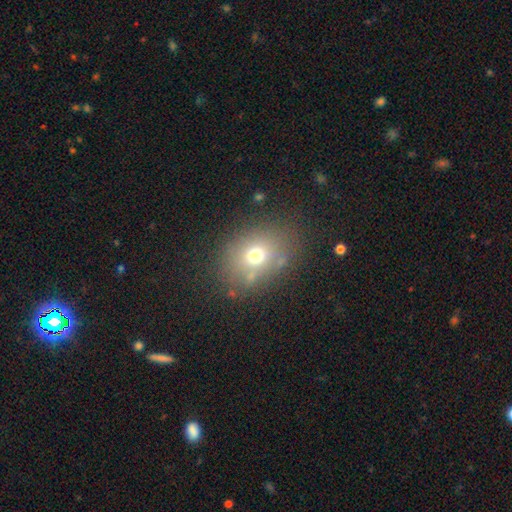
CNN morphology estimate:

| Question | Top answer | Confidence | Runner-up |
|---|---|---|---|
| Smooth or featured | smooth | 67% | featured or disk (16%) |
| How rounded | in between | 54% | round (45%) |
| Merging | none | 74% | minor disturbance (15%) |